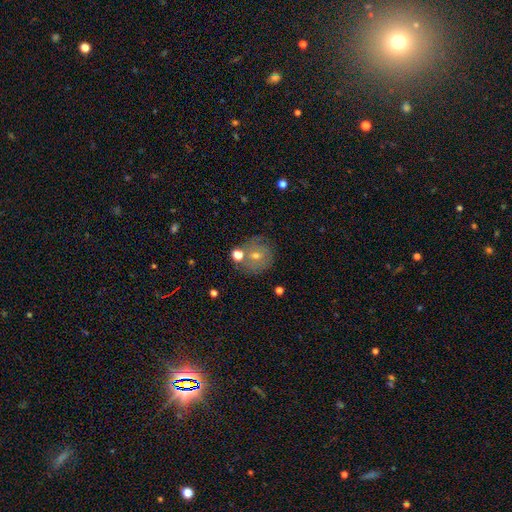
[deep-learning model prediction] This appears to be a smooth galaxy with no disk features (41%). Merging: none (74%).